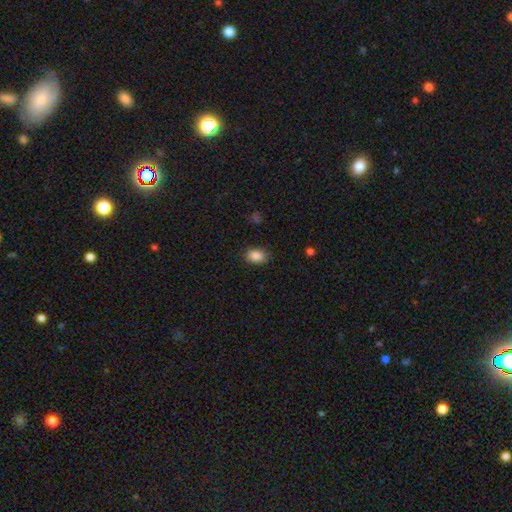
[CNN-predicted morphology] Smooth or featured? Predicted: smooth (p=0.87). How rounded? Predicted: in between (p=0.79). Merging? Predicted: none (p=0.83).